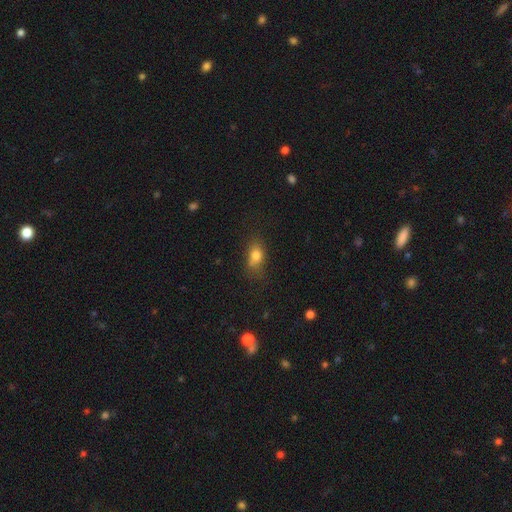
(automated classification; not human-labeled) This appears to be a smooth galaxy with no disk features (78%) that is in between round and cigar-shaped (74%). Merging: none (56%).